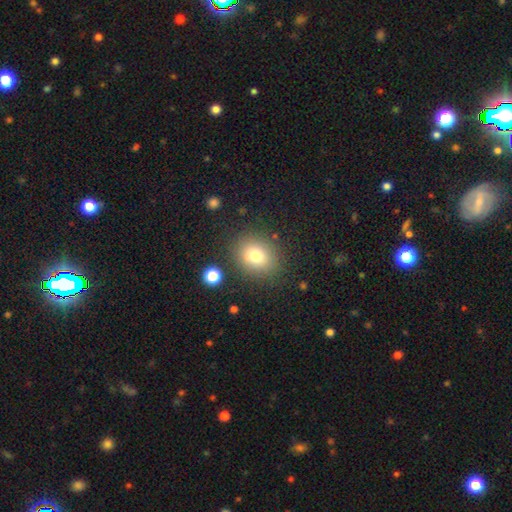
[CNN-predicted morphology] Q: Smooth or featured?
A: smooth (75%); runner-up: star or artifact (14%)
Q: How rounded?
A: round (65%); runner-up: in between (34%)
Q: Merging?
A: none (82%); runner-up: minor disturbance (10%)